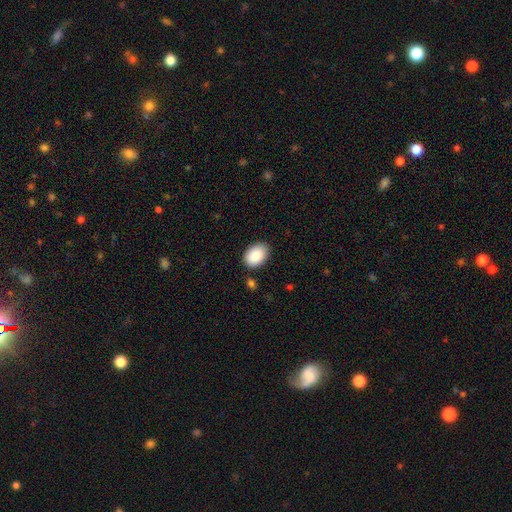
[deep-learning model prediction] Q: Smooth or featured?
A: smooth (89%); runner-up: star or artifact (6%)
Q: How rounded?
A: in between (86%); runner-up: round (13%)
Q: Merging?
A: none (84%); runner-up: minor disturbance (11%)